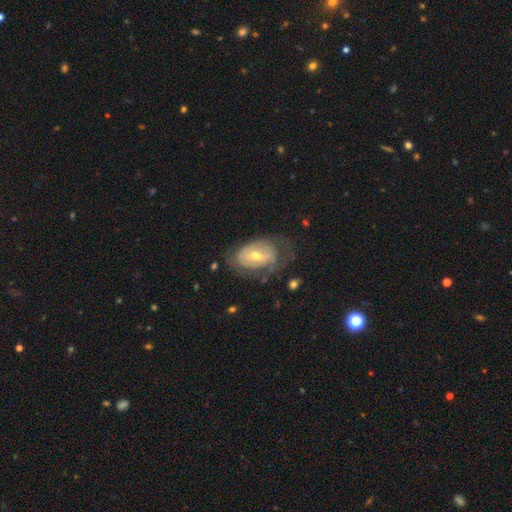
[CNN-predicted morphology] smooth_or_featured: featured or disk (p=0.68) [alt: smooth p=0.25]
disk_edge_on: no (p=0.94) [alt: yes p=0.06]
bar: weak (p=0.44) [alt: no p=0.41]
has_spiral_arms: yes (p=0.74) [alt: no p=0.26]
bulge_size: moderate (p=0.59) [alt: small p=0.36]
merging: none (p=0.51) [alt: minor disturbance p=0.27]